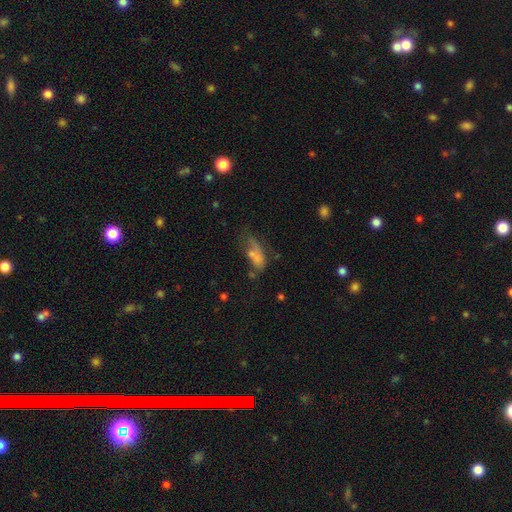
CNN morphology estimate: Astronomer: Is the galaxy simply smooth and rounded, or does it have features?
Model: smooth — 60%.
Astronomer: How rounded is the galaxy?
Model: in between — 76%.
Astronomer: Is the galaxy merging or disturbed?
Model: major disturbance — 32% (runner-up: none, 25%).